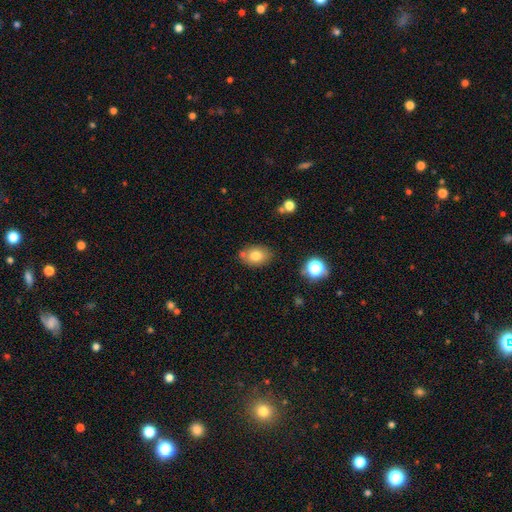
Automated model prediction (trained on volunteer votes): smooth-or-featured: smooth: 77% | featured or disk: 13% | star or artifact: 10%
  how-rounded: in between: 72% | round: 27% | cigar-shaped: 1%
  merging: none: 73% | minor disturbance: 15% | merger: 8% | major disturbance: 3%